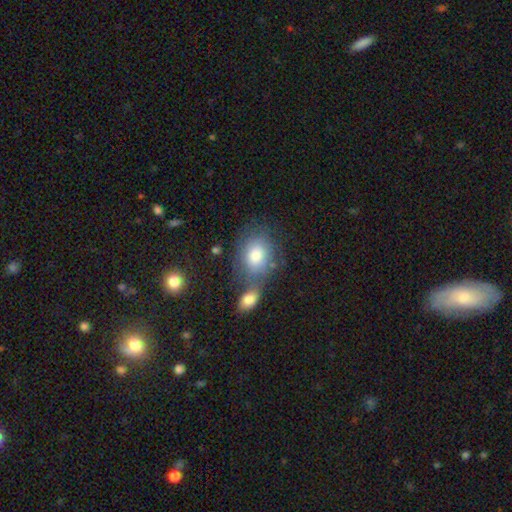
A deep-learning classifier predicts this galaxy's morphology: type=smooth (76%); roundness=in between (67%); merging=none (44%).